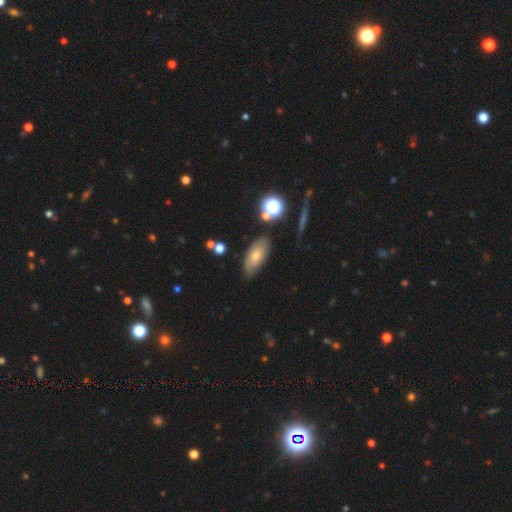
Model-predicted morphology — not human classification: smooth-or-featured: smooth: 67% | featured or disk: 23% | star or artifact: 10%
  how-rounded: in between: 88% | cigar-shaped: 8% | round: 4%
  merging: none: 77% | minor disturbance: 16% | major disturbance: 4% | merger: 3%